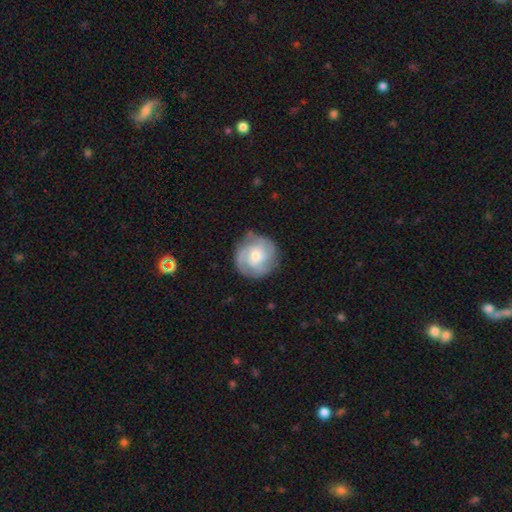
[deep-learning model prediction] Q: Smooth or featured?
A: featured or disk (77%); runner-up: smooth (17%)
Q: Edge-on disk?
A: no (98%); runner-up: yes (2%)
Q: Bar?
A: no (67%); runner-up: weak (28%)
Q: Spiral arms?
A: yes (94%); runner-up: no (6%)
Q: Spiral winding?
A: tight (58%); runner-up: medium (34%)
Q: Spiral arm count?
A: 3 (42%); runner-up: can't tell (20%)
Q: Bulge size?
A: moderate (49%); runner-up: small (45%)
Q: Merging?
A: none (80%); runner-up: minor disturbance (14%)